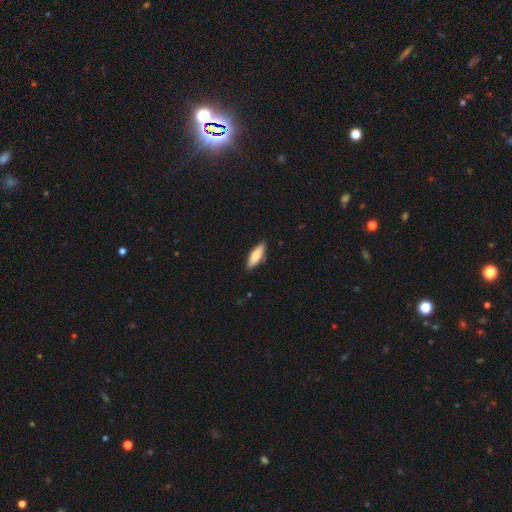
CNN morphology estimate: type=smooth (81%); roundness=in between (51%); merging=none (86%).